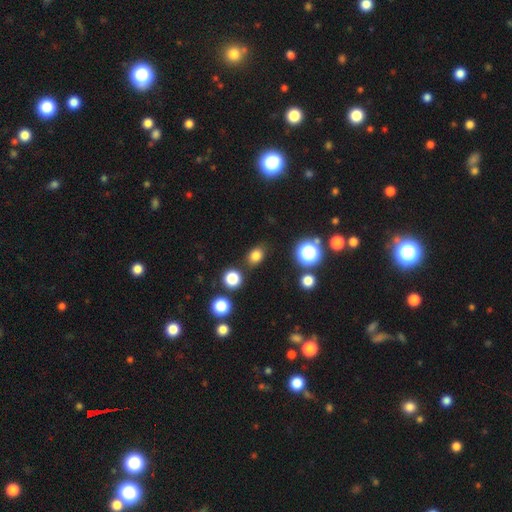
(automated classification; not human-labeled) The model was most divided on "how rounded": in between: 58%, round: 41%, cigar-shaped: 1%. More confident: merging — none (83%); smooth or featured — smooth (79%).